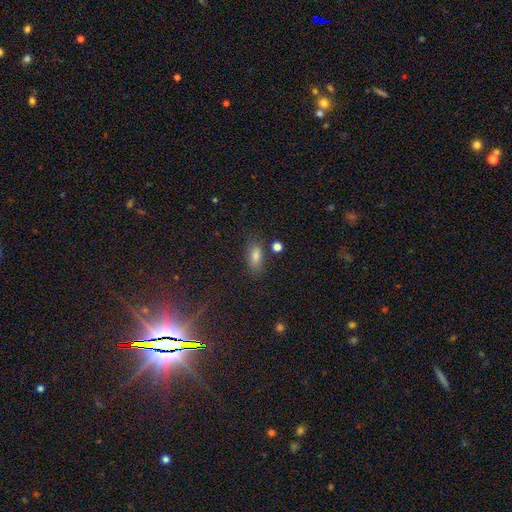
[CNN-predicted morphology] Smooth or featured?
  - smooth: 72% *
  - star or artifact: 18%
  - featured or disk: 10%
How rounded?
  - in between: 82% *
  - cigar-shaped: 11%
  - round: 7%
Merging?
  - none: 79% *
  - minor disturbance: 13%
  - merger: 4%
  - major disturbance: 4%